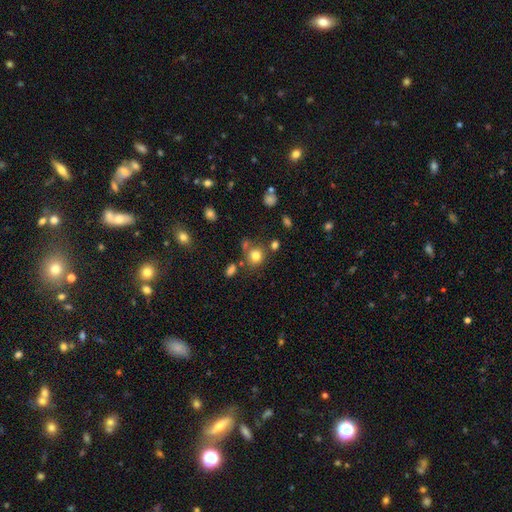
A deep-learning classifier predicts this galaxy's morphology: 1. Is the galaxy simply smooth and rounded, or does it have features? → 79% smooth, 13% star or artifact, 8% featured or disk.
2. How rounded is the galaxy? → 81% round, 18% in between, 1% cigar-shaped.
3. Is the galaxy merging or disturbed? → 68% none, 14% minor disturbance, 13% merger, 6% major disturbance.